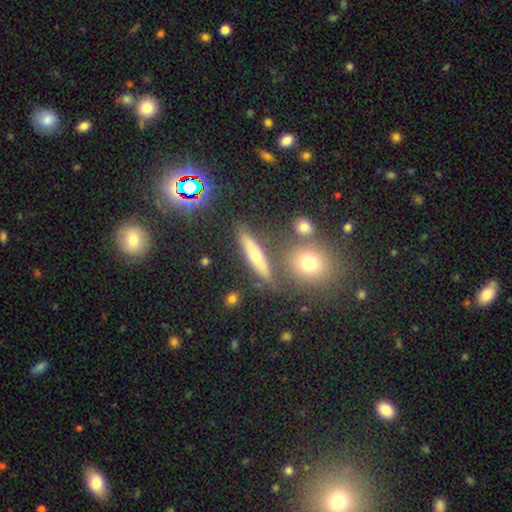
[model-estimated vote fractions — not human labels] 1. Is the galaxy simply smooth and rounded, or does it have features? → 47% smooth, 36% featured or disk, 17% star or artifact.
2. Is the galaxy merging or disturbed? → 75% none, 11% minor disturbance, 10% merger, 4% major disturbance.